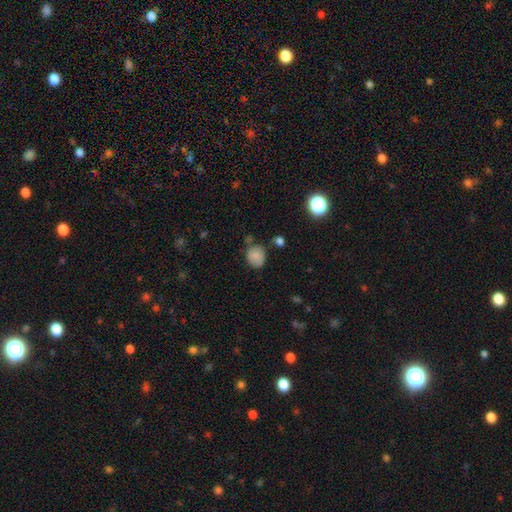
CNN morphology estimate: The model was most divided on "merging": none: 62%, minor disturbance: 25%, merger: 7%, major disturbance: 6%. More confident: smooth or featured — smooth (80%); how rounded — round (68%).